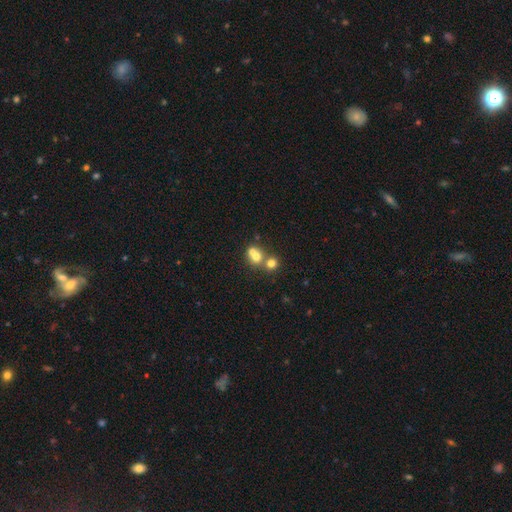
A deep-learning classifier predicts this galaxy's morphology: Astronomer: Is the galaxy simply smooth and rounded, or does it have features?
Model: smooth — 68%.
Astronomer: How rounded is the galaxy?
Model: round — 74%.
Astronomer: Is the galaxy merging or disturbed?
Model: merger — 62%.